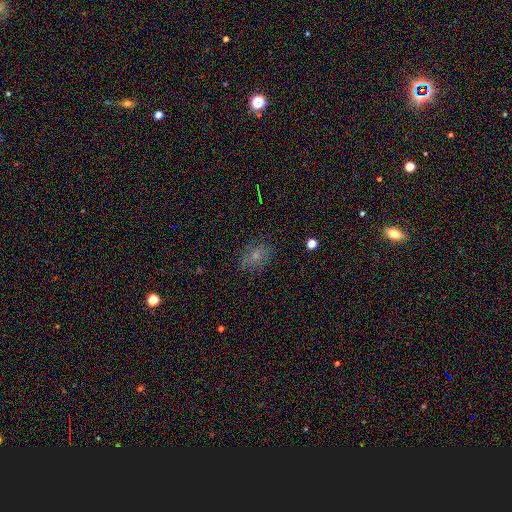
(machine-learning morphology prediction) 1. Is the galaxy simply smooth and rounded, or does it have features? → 59% smooth, 22% star or artifact, 18% featured or disk.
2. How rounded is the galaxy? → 65% in between, 33% round, 2% cigar-shaped.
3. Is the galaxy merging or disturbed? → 76% none, 17% minor disturbance, 5% major disturbance, 1% merger.